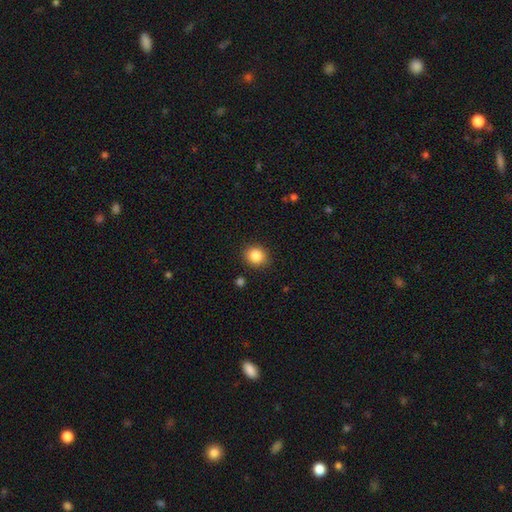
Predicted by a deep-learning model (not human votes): A smooth galaxy with no disk features (85%) that is round (83%).

Vote fractions:
- Smooth or featured? smooth: 85% / star or artifact: 10% / featured or disk: 5%
- How rounded? round: 83% / in between: 16% / cigar-shaped: 1%
- Merging? none: 89% / minor disturbance: 7% / major disturbance: 2% / merger: 2%